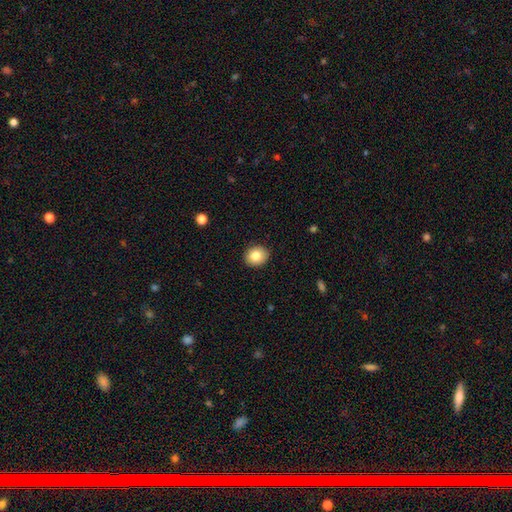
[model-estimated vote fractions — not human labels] This is clearly a smooth galaxy (82%). How rounded: likely round (63%). Merging: clearly none (90%).